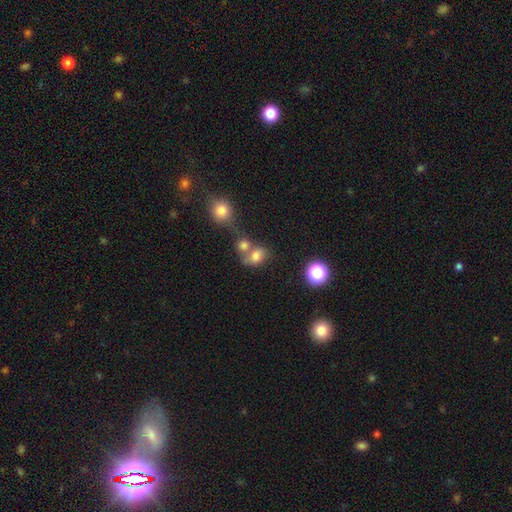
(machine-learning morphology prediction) This is likely a smooth galaxy (75%). How rounded: possibly in between (56%). Merging: marginally merger (44%).